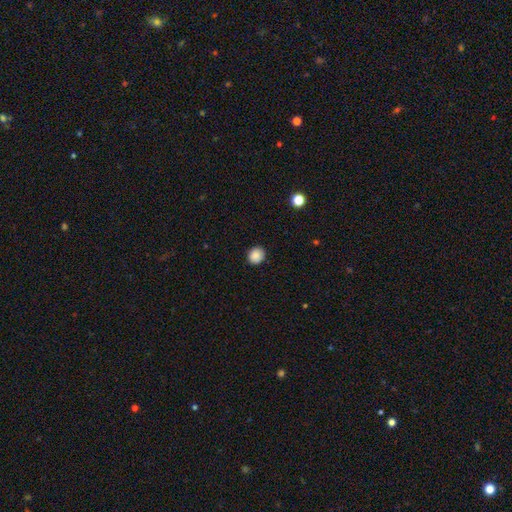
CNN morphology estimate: smooth-or-featured: smooth: 87% | star or artifact: 9% | featured or disk: 4%
  how-rounded: round: 80% | in between: 19% | cigar-shaped: 1%
  merging: none: 89% | minor disturbance: 8% | major disturbance: 2% | merger: 1%